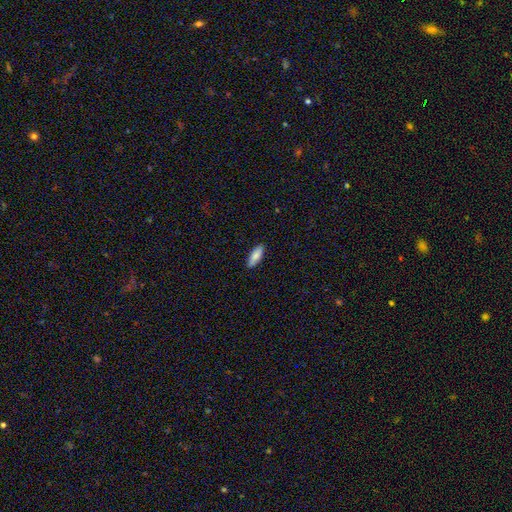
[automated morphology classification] Overall: smooth (86%). How rounded: in between (64%; cigar-shaped 34%). Merging: none (88%).